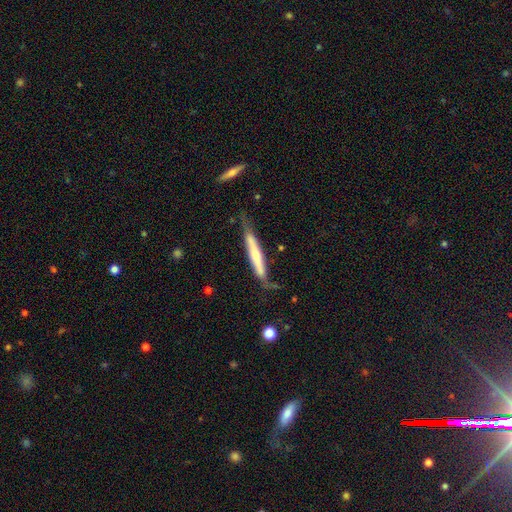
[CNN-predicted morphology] Smooth or featured: featured or disk — 52% (smooth — 42%)
Edge-on disk: yes — 86% (no — 14%)
Merging: none — 54% (minor disturbance — 30%)